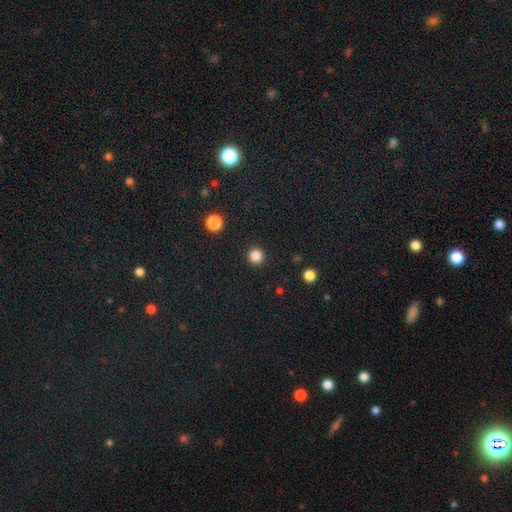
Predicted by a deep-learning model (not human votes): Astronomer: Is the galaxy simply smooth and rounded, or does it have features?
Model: smooth — 86%.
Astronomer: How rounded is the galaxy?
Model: round — 94%.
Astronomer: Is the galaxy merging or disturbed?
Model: none — 92%.